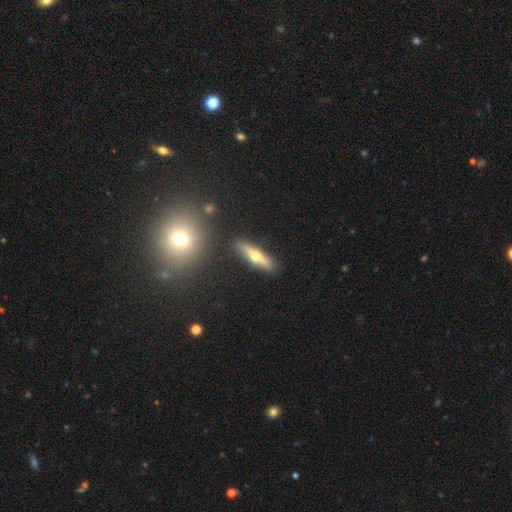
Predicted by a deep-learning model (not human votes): Overall: featured or disk (52%; smooth 41%). Edge-on disk: yes (89%). Merging: none (88%).